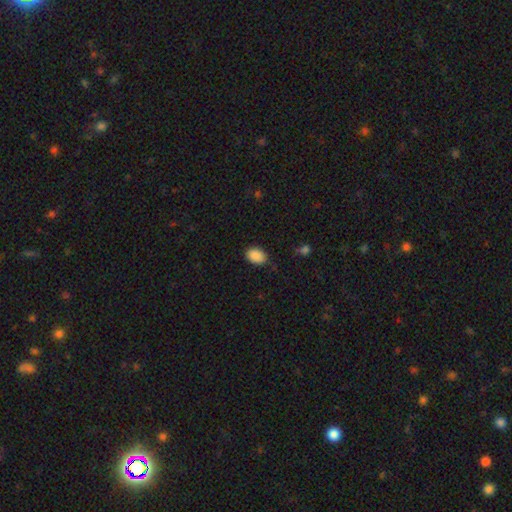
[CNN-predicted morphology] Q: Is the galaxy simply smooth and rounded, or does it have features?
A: smooth — 90%.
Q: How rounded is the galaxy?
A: in between — 81%.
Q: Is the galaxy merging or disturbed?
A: none — 84%.